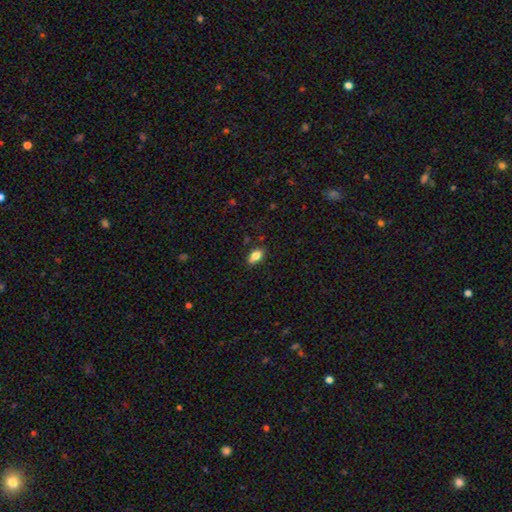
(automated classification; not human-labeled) A smooth galaxy with no disk features (81%) that is in between round and cigar-shaped (84%).

Vote fractions:
- Smooth or featured? smooth: 81% / featured or disk: 9% / star or artifact: 9%
- How rounded? in between: 84% / round: 13% / cigar-shaped: 3%
- Merging? none: 79% / minor disturbance: 16% / major disturbance: 3% / merger: 2%